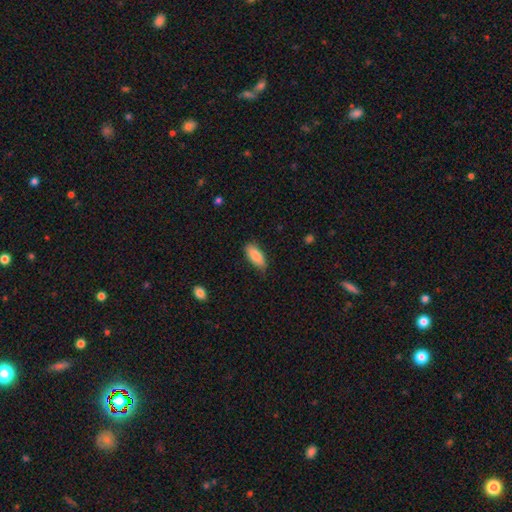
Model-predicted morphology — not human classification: type=smooth (86%); roundness=in between (84%); merging=none (75%).